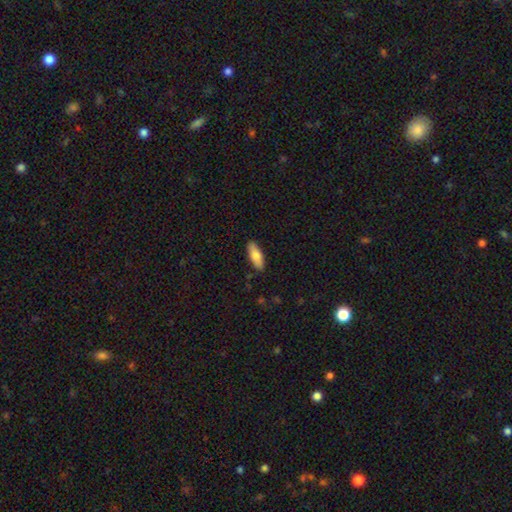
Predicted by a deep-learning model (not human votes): A smooth galaxy with no disk features (76%) that is in between round and cigar-shaped (68%). Merging: none (89%).